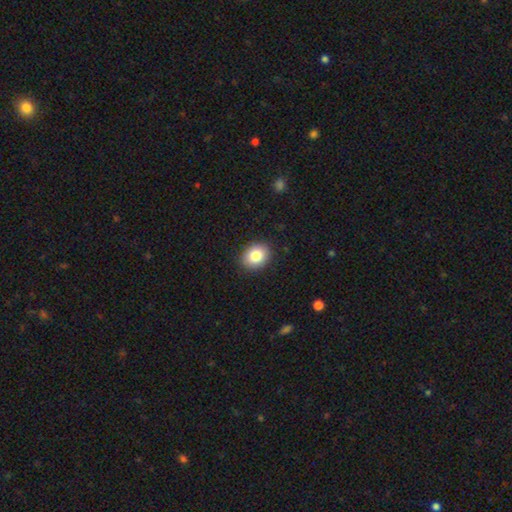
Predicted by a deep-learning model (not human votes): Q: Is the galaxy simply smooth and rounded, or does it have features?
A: smooth — 83%.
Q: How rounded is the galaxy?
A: in between — 55%.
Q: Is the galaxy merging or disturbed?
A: none — 89%.